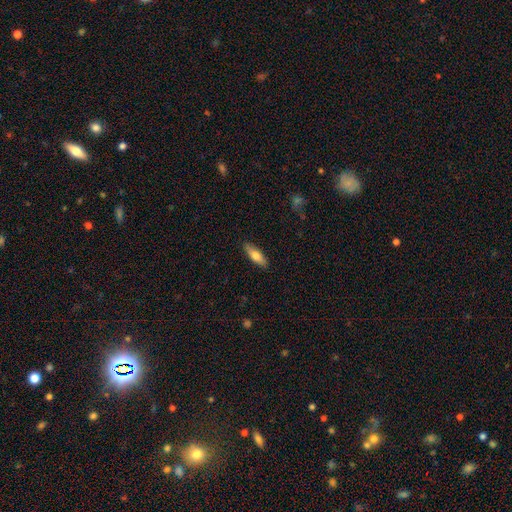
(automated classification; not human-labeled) Smooth or featured: smooth — 69% (featured or disk — 25%)
How rounded: in between — 50% (cigar-shaped — 48%)
Merging: none — 88% (minor disturbance — 9%)